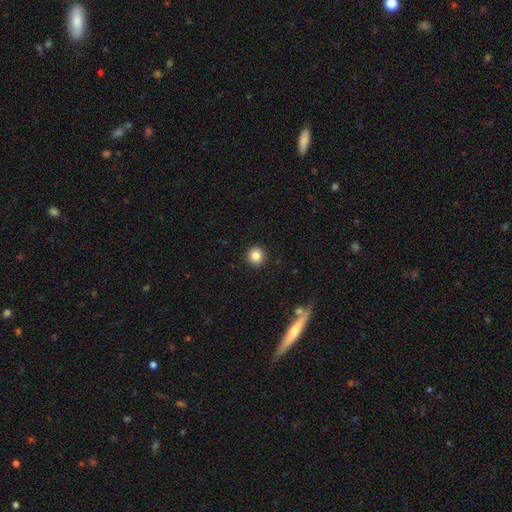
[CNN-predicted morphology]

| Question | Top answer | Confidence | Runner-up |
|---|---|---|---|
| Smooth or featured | smooth | 85% | star or artifact (10%) |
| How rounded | round | 94% | in between (5%) |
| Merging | none | 93% | minor disturbance (4%) |